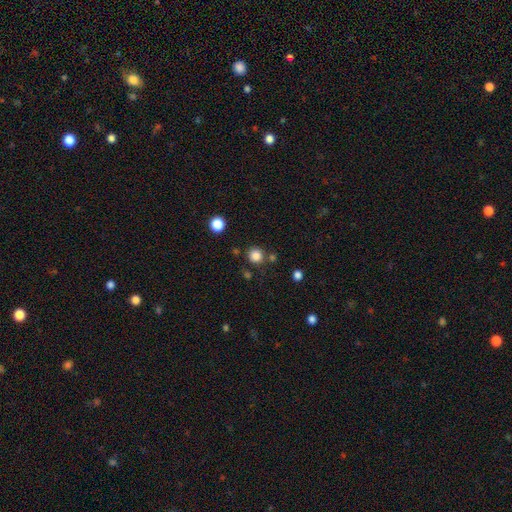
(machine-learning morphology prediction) type=smooth (84%); roundness=round (92%); merging=none (81%).